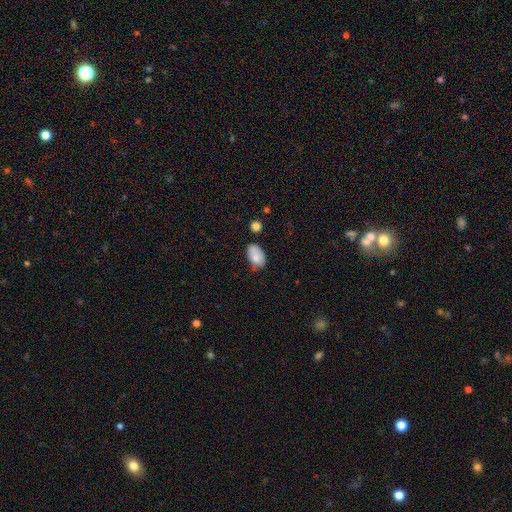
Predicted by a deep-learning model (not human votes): This is clearly a smooth galaxy (81%). How rounded: clearly in between (91%). Merging: possibly none (47%).